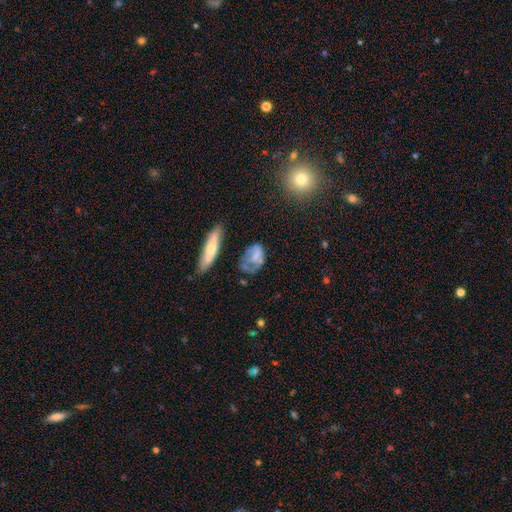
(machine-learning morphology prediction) A smooth galaxy with no disk features (56%) that is in between round and cigar-shaped (74%). Merging: none (37%).